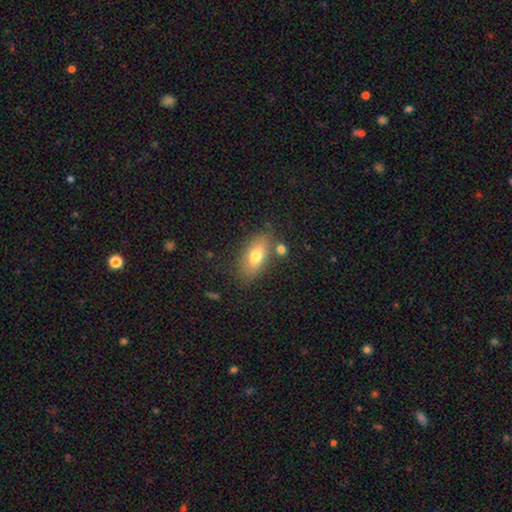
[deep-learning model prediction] The model was most divided on "smooth or featured": smooth: 73%, featured or disk: 19%, star or artifact: 8%. More confident: how rounded — in between (84%); merging — none (74%).